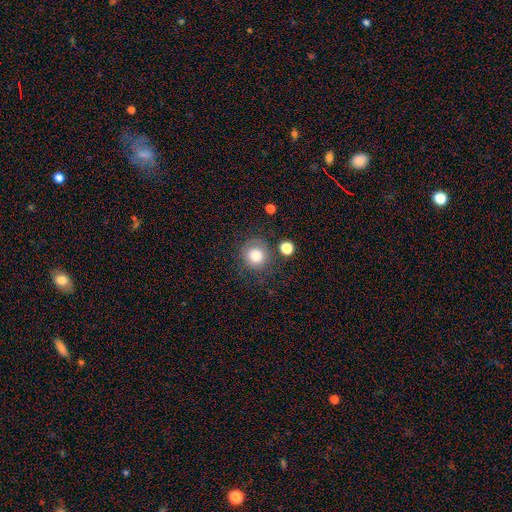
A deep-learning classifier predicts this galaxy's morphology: smooth 79%, featured or disk 11%, star or artifact 10%. Down the decision tree: how rounded — round (88%); merging — none (71%).